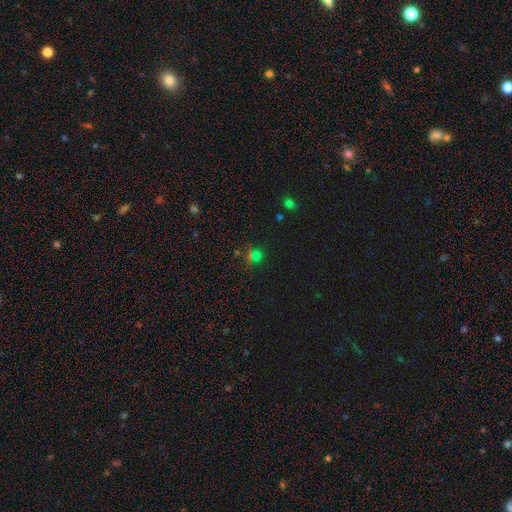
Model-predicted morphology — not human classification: smooth_or_featured: smooth (p=0.48) [alt: star or artifact p=0.44]
merging: none (p=0.67) [alt: merger p=0.15]